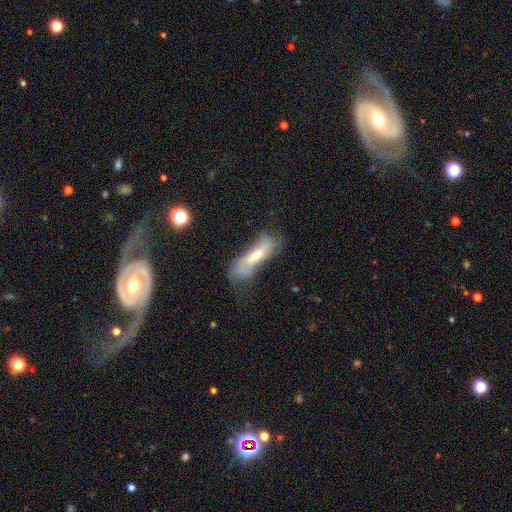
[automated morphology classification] Smooth or featured? smooth (50%)
Merging? none (34%)